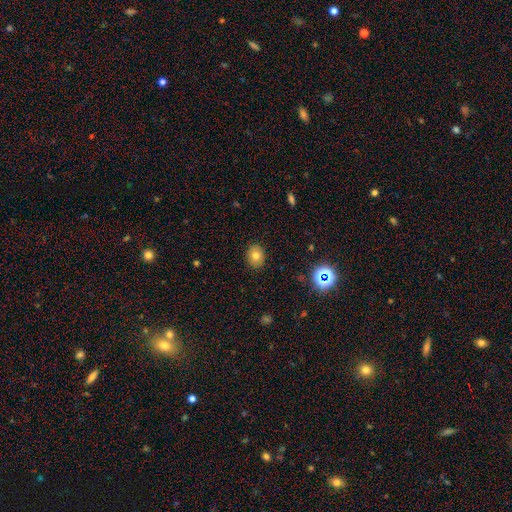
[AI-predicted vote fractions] Smooth or featured: smooth — 75% (star or artifact — 13%)
How rounded: in between — 53% (round — 46%)
Merging: none — 89% (minor disturbance — 8%)